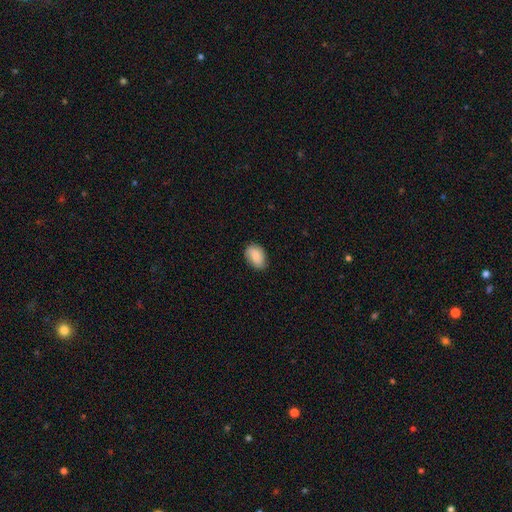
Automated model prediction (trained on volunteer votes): Q: Smooth or featured?
A: smooth (81%); runner-up: featured or disk (12%)
Q: How rounded?
A: in between (83%); runner-up: round (15%)
Q: Merging?
A: none (78%); runner-up: minor disturbance (17%)